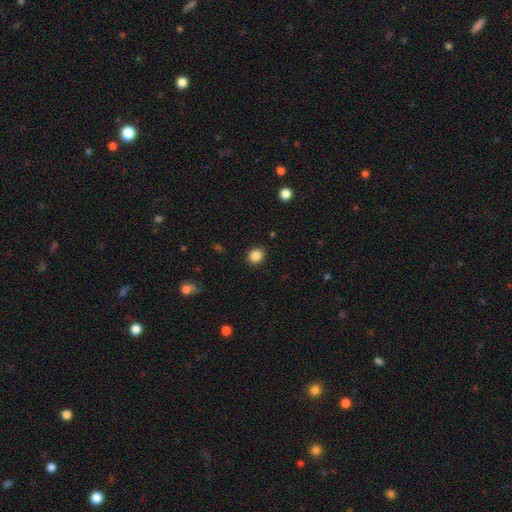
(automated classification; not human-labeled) Overall: smooth (86%). How rounded: round (68%; in between 31%). Merging: none (89%).